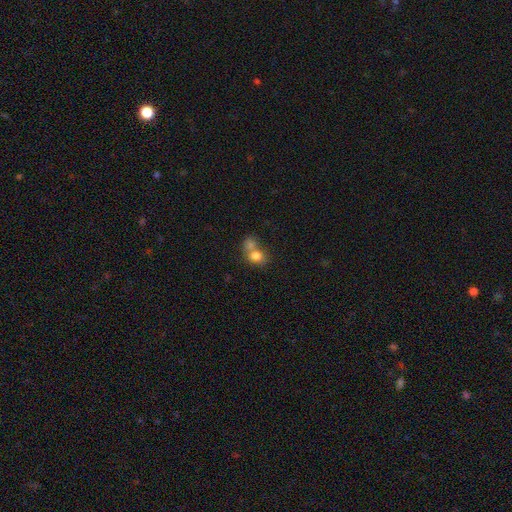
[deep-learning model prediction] smooth-or-featured: smooth: 76% | featured or disk: 14% | star or artifact: 10%
  how-rounded: round: 57% | in between: 42% | cigar-shaped: 1%
  merging: merger: 59% | none: 29% | minor disturbance: 8% | major disturbance: 4%